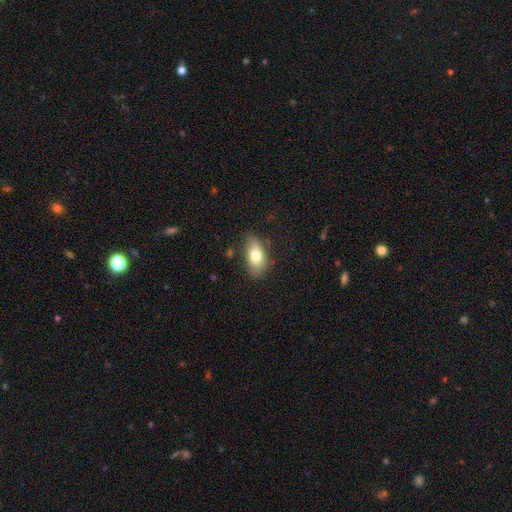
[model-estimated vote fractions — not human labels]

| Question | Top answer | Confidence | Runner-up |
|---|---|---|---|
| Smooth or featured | smooth | 77% | featured or disk (16%) |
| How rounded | in between | 89% | cigar-shaped (6%) |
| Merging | none | 74% | minor disturbance (20%) |